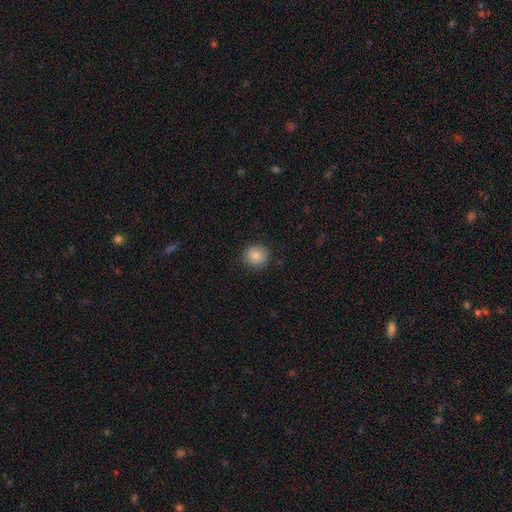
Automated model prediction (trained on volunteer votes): Smooth or featured: smooth — 85% (star or artifact — 9%)
How rounded: round — 92% (in between — 7%)
Merging: none — 89% (minor disturbance — 8%)